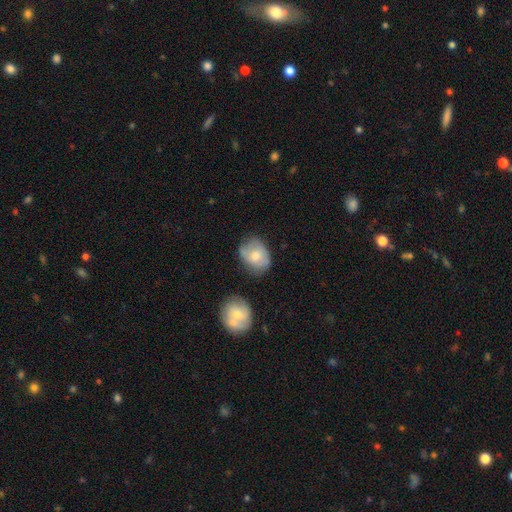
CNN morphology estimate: Q: Smooth or featured?
A: smooth (63%); runner-up: featured or disk (30%)
Q: How rounded?
A: in between (59%); runner-up: round (40%)
Q: Merging?
A: none (58%); runner-up: minor disturbance (28%)